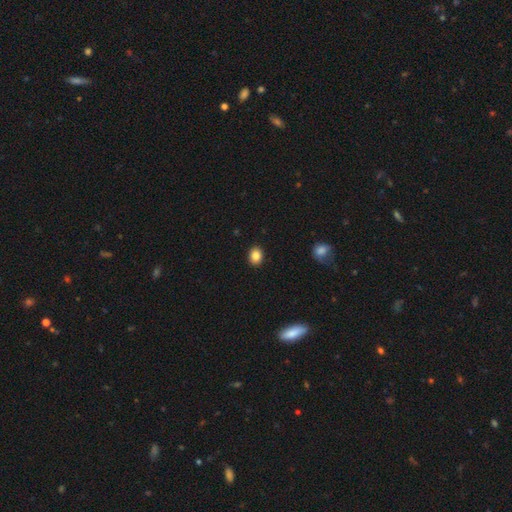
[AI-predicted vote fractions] The model was most divided on "how rounded": in between: 54%, round: 46%, cigar-shaped: 1%. More confident: merging — none (91%); smooth or featured — smooth (86%).